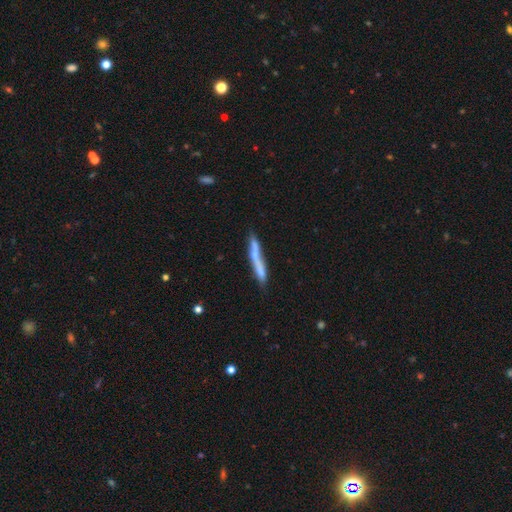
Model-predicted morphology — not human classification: The model was most divided on "smooth or featured": smooth: 52%, featured or disk: 41%, star or artifact: 7%. More confident: how rounded — cigar-shaped (94%); merging — none (64%).